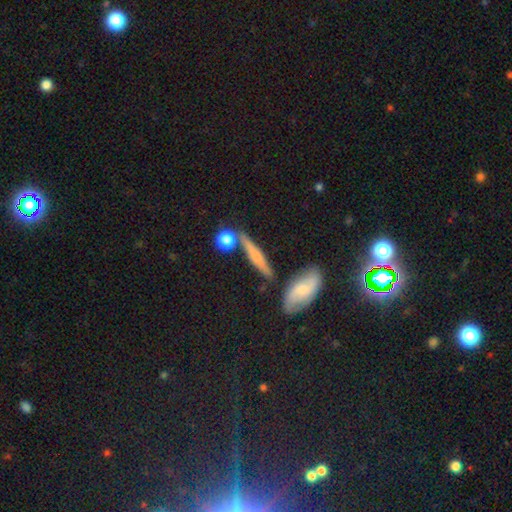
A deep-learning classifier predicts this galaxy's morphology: type=smooth (47%); merging=none (70%).